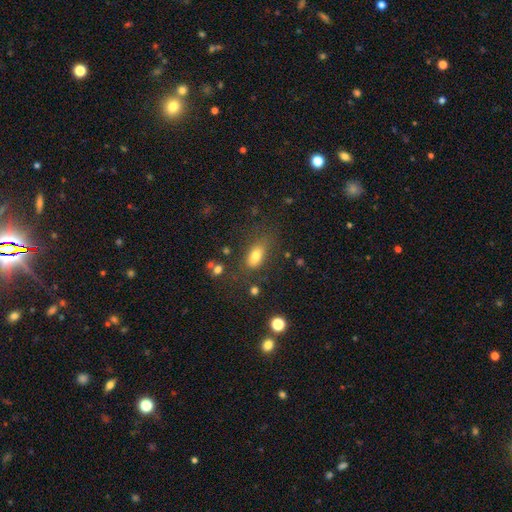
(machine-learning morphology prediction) smooth-or-featured: smooth: 76% | featured or disk: 13% | star or artifact: 11%
  how-rounded: in between: 84% | round: 8% | cigar-shaped: 7%
  merging: none: 68% | minor disturbance: 19% | major disturbance: 9% | merger: 4%